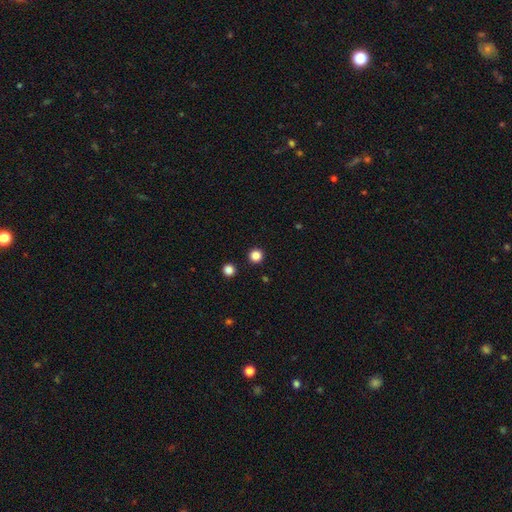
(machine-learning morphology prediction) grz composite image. It shows a smooth galaxy with no disk features (84%) that is round (96%). Merging: none (92%).